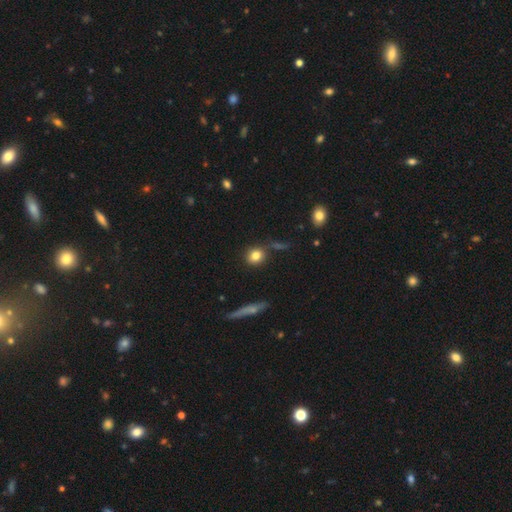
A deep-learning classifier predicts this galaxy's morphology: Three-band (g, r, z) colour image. It shows a smooth galaxy with no disk features (81%) that is round (76%). Merging: none (80%).